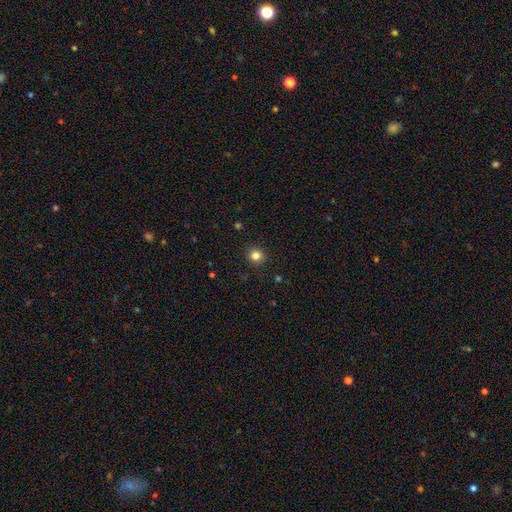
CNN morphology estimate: Smooth or featured? smooth (82%)
How rounded? round (84%)
Merging? none (91%)